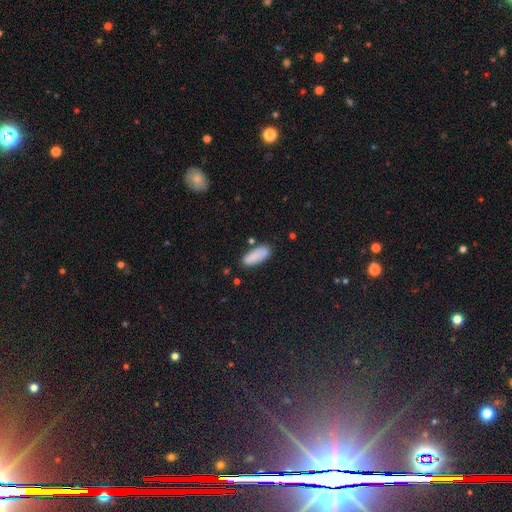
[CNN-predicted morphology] Q: Smooth or featured?
A: smooth (85%); runner-up: featured or disk (8%)
Q: How rounded?
A: in between (81%); runner-up: cigar-shaped (17%)
Q: Merging?
A: none (74%); runner-up: minor disturbance (17%)